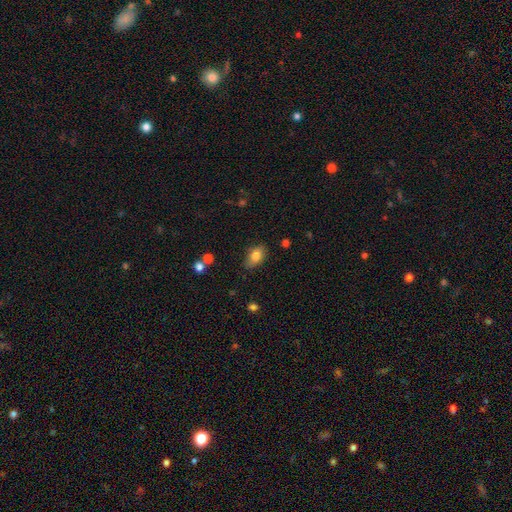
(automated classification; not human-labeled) Overall: smooth (82%). How rounded: in between (88%). Merging: none (77%).